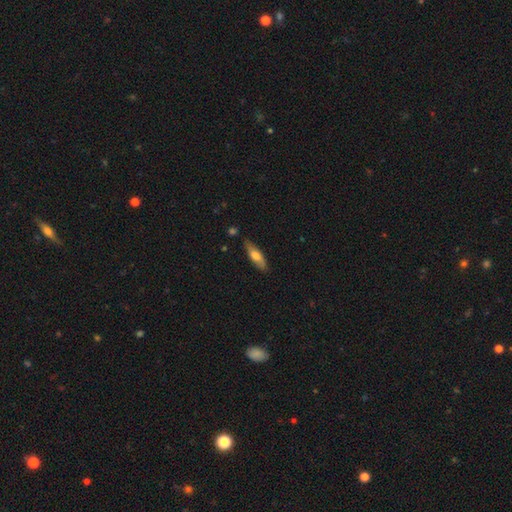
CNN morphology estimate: Smooth or featured? Predicted: smooth (p=0.63). How rounded? Predicted: cigar-shaped (p=0.54). Merging? Predicted: none (p=0.82).